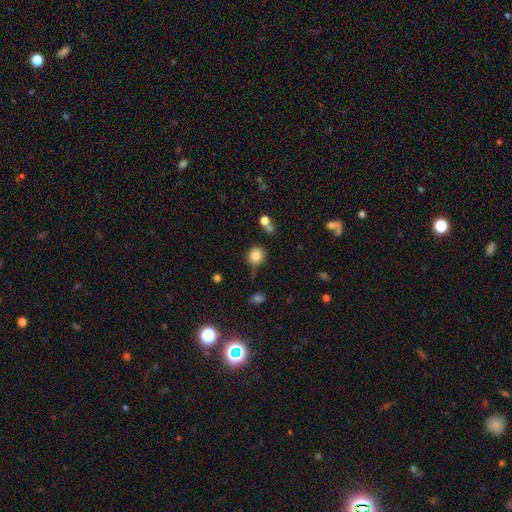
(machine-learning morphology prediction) Q: Smooth or featured?
A: smooth (81%); runner-up: star or artifact (12%)
Q: How rounded?
A: round (86%); runner-up: in between (13%)
Q: Merging?
A: none (70%); runner-up: minor disturbance (18%)